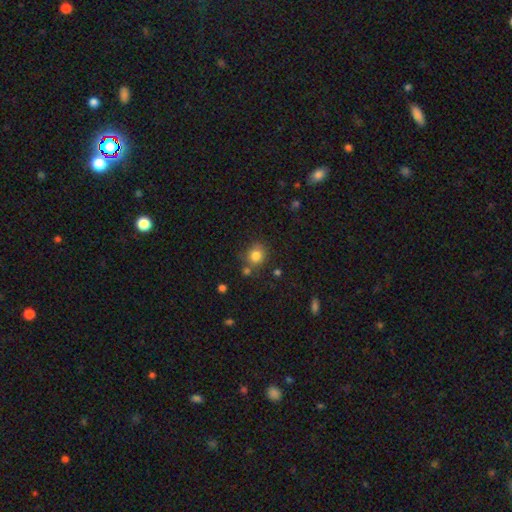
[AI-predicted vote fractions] Smooth or featured? Predicted: smooth (p=0.83). How rounded? Predicted: round (p=0.78). Merging? Predicted: none (p=0.69).